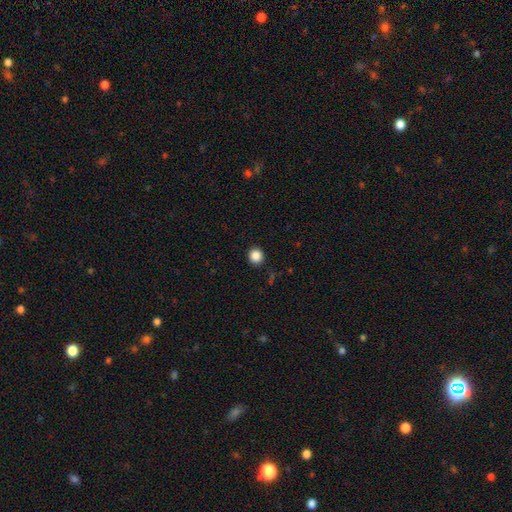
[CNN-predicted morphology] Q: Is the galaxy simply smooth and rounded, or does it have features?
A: smooth — 86%.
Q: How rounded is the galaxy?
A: round — 88%.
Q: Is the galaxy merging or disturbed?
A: none — 91%.